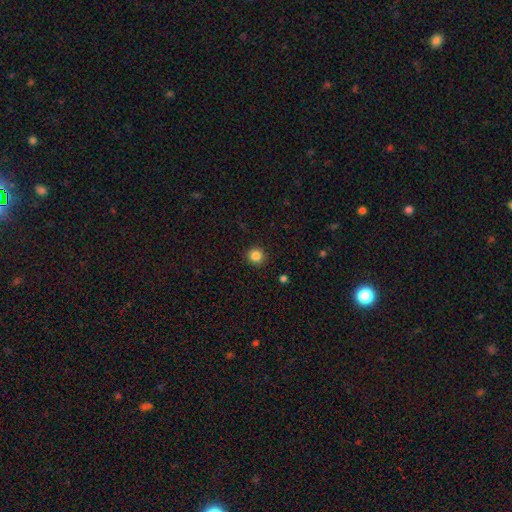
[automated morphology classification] type=smooth (85%); roundness=round (93%); merging=none (92%).